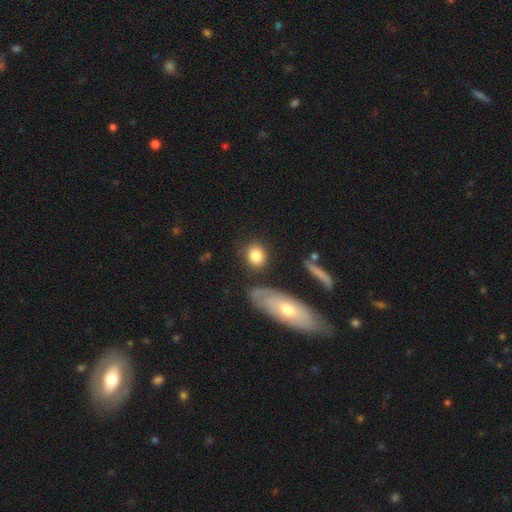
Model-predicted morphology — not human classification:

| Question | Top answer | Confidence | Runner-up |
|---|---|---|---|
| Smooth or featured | smooth | 83% | featured or disk (10%) |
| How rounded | round | 55% | in between (41%) |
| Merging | none | 76% | minor disturbance (13%) |